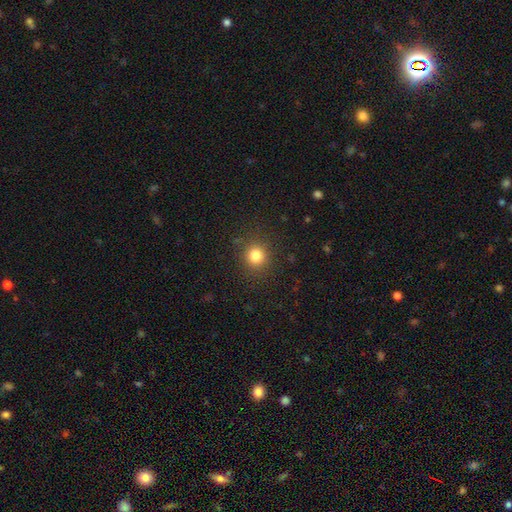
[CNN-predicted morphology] smooth_or_featured: smooth (p=0.82) [alt: star or artifact p=0.13]
how_rounded: round (p=0.89) [alt: in between p=0.10]
merging: none (p=0.88) [alt: minor disturbance p=0.08]